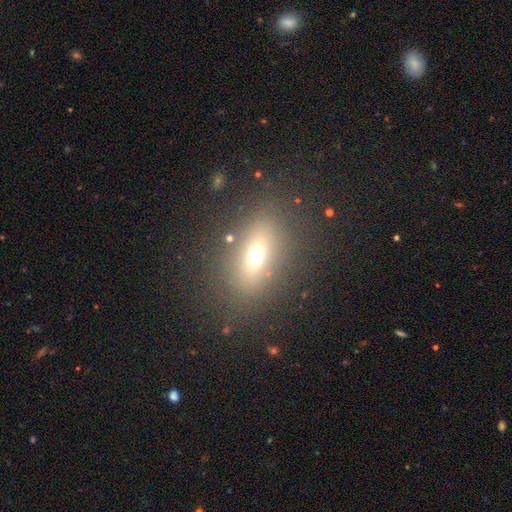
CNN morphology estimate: smooth_or_featured: smooth (p=0.62) [alt: featured or disk p=0.20]
how_rounded: in between (p=0.68) [alt: round p=0.20]
merging: none (p=0.80) [alt: minor disturbance p=0.10]